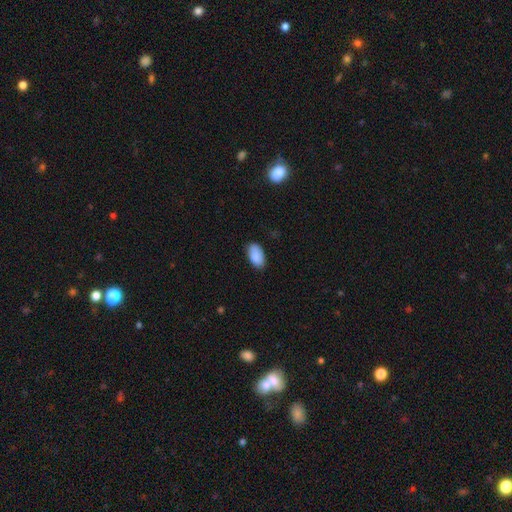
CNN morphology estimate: A smooth galaxy with no disk features (87%) that is in between round and cigar-shaped (95%).

Vote fractions:
- Smooth or featured? smooth: 87% / star or artifact: 7% / featured or disk: 6%
- How rounded? in between: 95% / round: 3% / cigar-shaped: 2%
- Merging? none: 81% / minor disturbance: 16% / major disturbance: 3% / merger: 1%